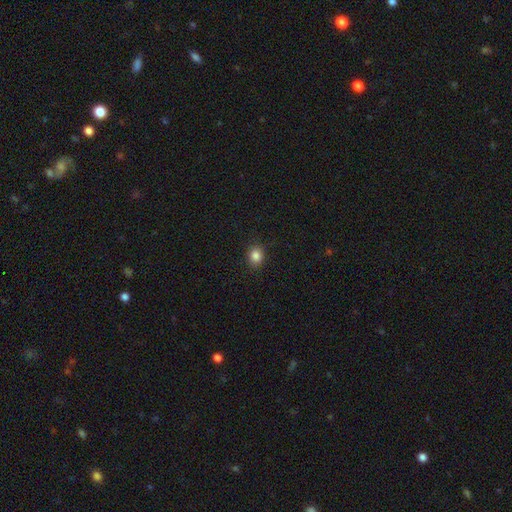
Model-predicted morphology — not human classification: A smooth galaxy with no disk features (85%) that is round (66%). Merging: none (88%).